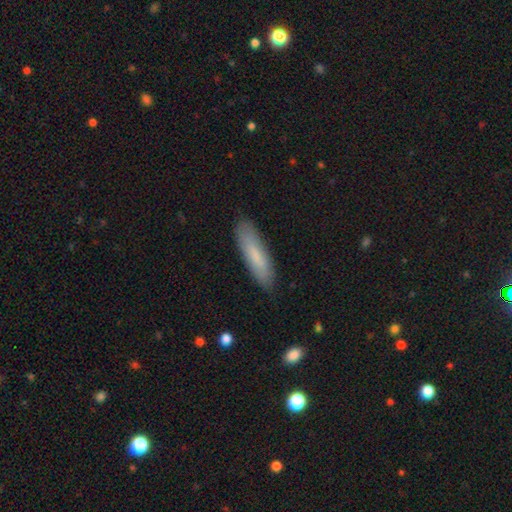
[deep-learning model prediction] Smooth or featured?
  - smooth: 77% *
  - featured or disk: 17%
  - star or artifact: 6%
How rounded?
  - cigar-shaped: 71% *
  - in between: 28%
  - round: 1%
Merging?
  - none: 86% *
  - minor disturbance: 10%
  - major disturbance: 2%
  - merger: 1%